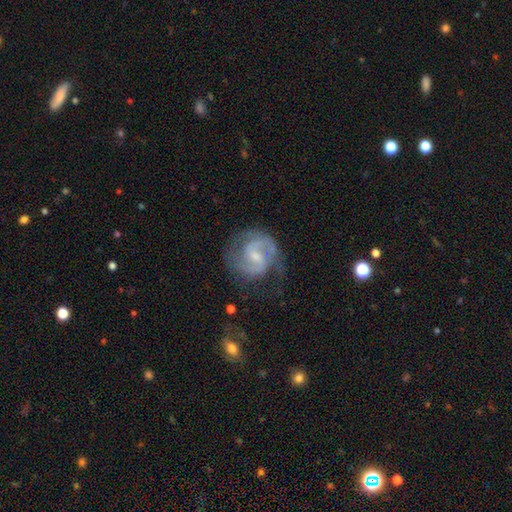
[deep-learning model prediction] The model was most divided on "bulge size": small: 56%, moderate: 33%, none: 8%, large: 2%, dominant: 1%. More confident: edge-on disk — no (98%); spiral arms — yes (96%); smooth or featured — featured or disk (85%); spiral arm count — 2 (85%); merging — none (66%); bar — weak (59%); spiral winding — medium (55%).